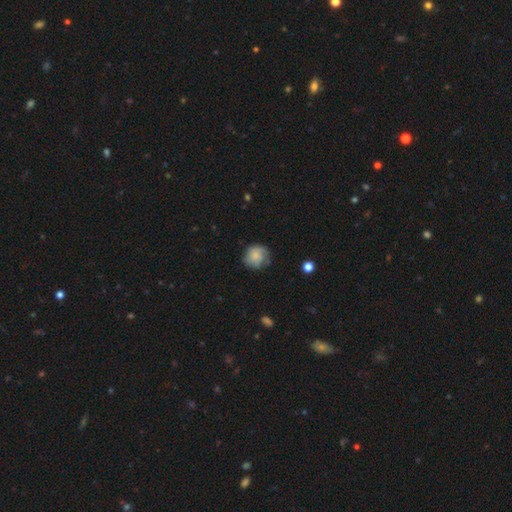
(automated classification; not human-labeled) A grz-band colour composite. It shows a smooth galaxy with no disk features (67%) that is round (85%). Merging: none (67%).